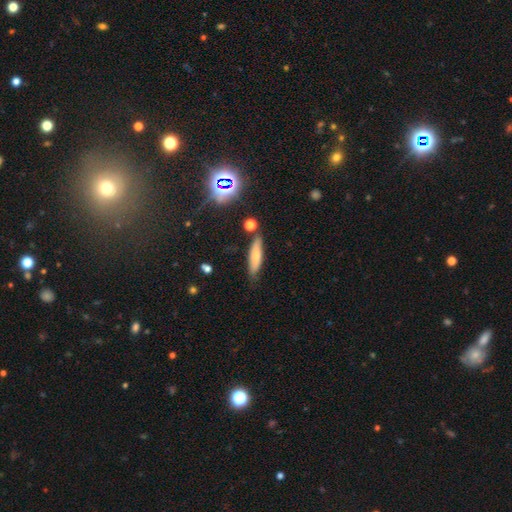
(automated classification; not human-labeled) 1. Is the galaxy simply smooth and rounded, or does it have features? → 69% smooth, 22% featured or disk, 9% star or artifact.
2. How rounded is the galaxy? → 70% cigar-shaped, 28% in between, 2% round.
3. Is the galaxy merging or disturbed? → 75% none, 16% minor disturbance, 5% merger, 3% major disturbance.